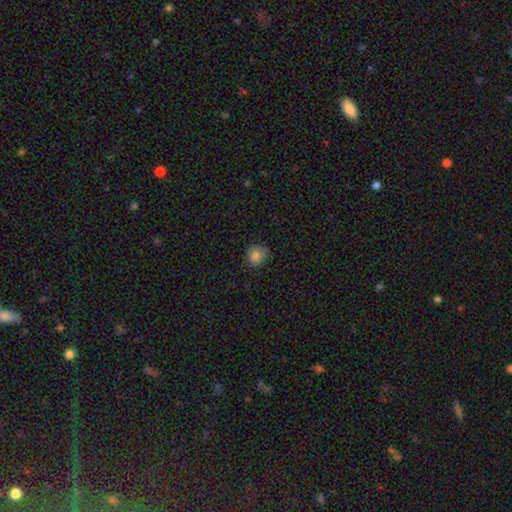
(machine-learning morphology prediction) Q: Smooth or featured?
A: smooth (83%); runner-up: star or artifact (10%)
Q: How rounded?
A: round (75%); runner-up: in between (24%)
Q: Merging?
A: none (79%); runner-up: minor disturbance (17%)